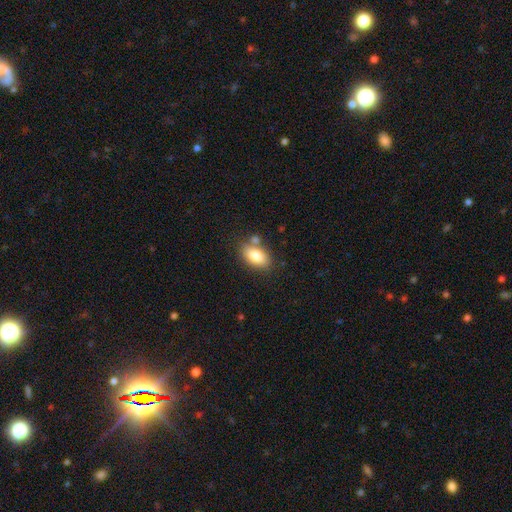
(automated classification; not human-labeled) Smooth or featured: smooth — 80% (featured or disk — 12%)
How rounded: in between — 90% (round — 8%)
Merging: none — 71% (minor disturbance — 13%)